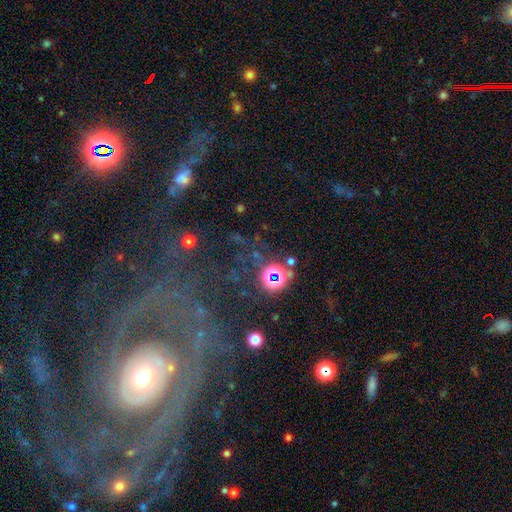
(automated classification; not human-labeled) This is likely a star or artifact rather than a galaxy (60%).